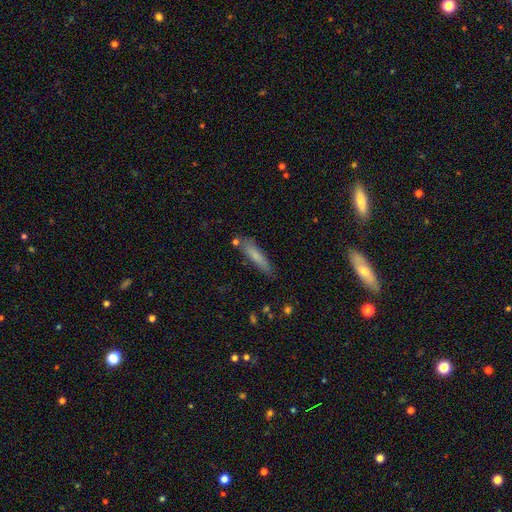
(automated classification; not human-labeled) This is likely a smooth galaxy (75%). How rounded: clearly cigar-shaped (84%). Merging: likely none (77%).